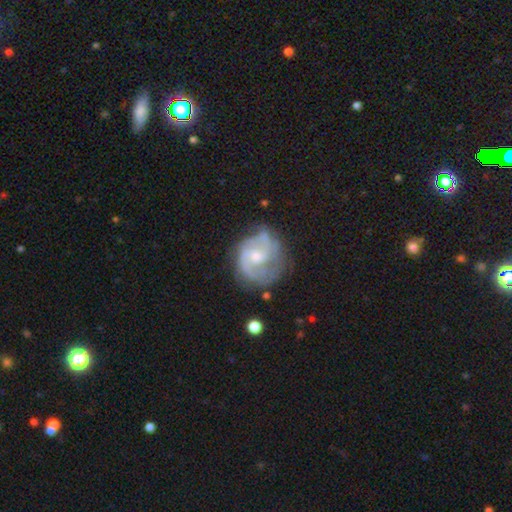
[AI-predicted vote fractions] featured or disk 81%, smooth 13%, star or artifact 6%. Down the decision tree: edge-on disk — no (98%); bar — no (52%); spiral arms — yes (92%); spiral arm count — 2 (58%); spiral winding — medium (46%); bulge size — small (48%); merging — none (58%).